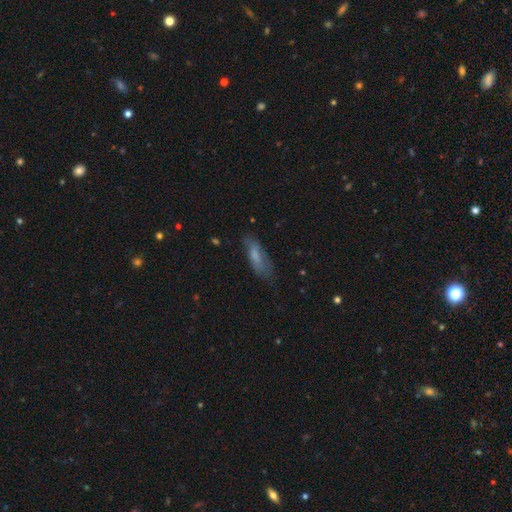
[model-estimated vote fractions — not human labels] Smooth or featured? Predicted: smooth (p=0.65). How rounded? Predicted: in between (p=0.54). Merging? Predicted: none (p=0.62).